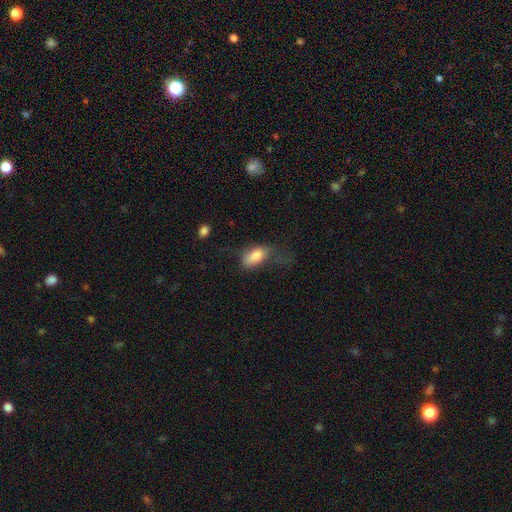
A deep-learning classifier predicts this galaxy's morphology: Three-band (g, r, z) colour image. It shows a smooth galaxy with no disk features (79%) that is in between round and cigar-shaped (89%). Merging: major disturbance (36%).